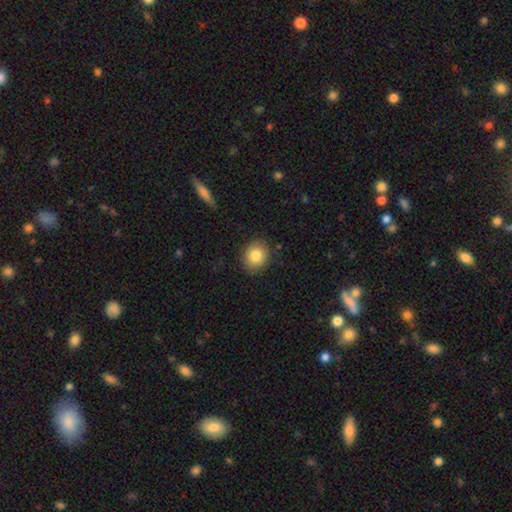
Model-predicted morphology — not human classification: A smooth galaxy with no disk features (83%) that is round (67%). Merging: none (88%).